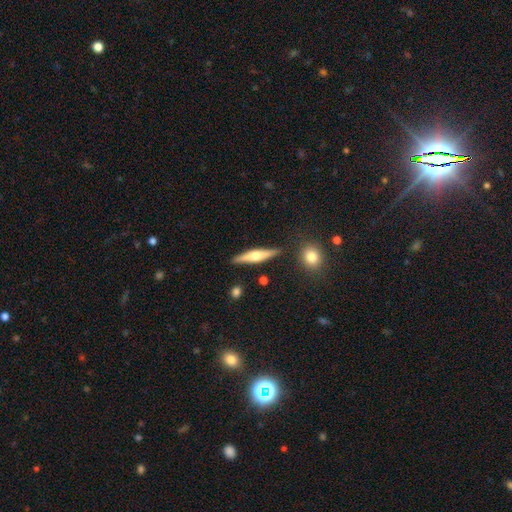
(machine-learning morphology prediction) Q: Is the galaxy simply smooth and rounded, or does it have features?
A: featured or disk — 60%.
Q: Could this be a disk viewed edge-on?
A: yes — 95%.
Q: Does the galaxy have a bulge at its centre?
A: rounded — 88%.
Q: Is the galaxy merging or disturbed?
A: none — 85%.